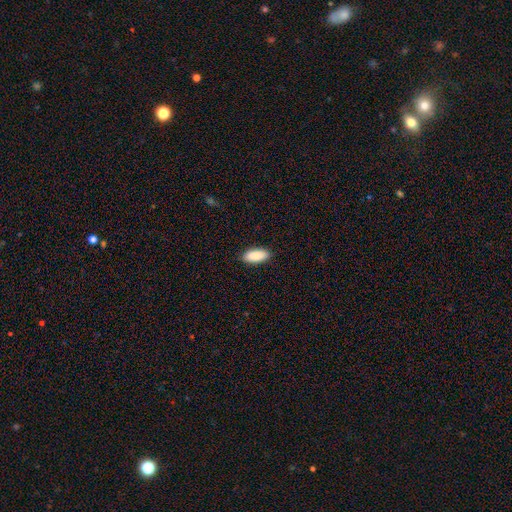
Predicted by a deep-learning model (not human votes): Smooth or featured?
  - smooth: 90% *
  - star or artifact: 6%
  - featured or disk: 5%
How rounded?
  - in between: 86% *
  - cigar-shaped: 12%
  - round: 2%
Merging?
  - none: 90% *
  - minor disturbance: 8%
  - major disturbance: 2%
  - merger: 1%